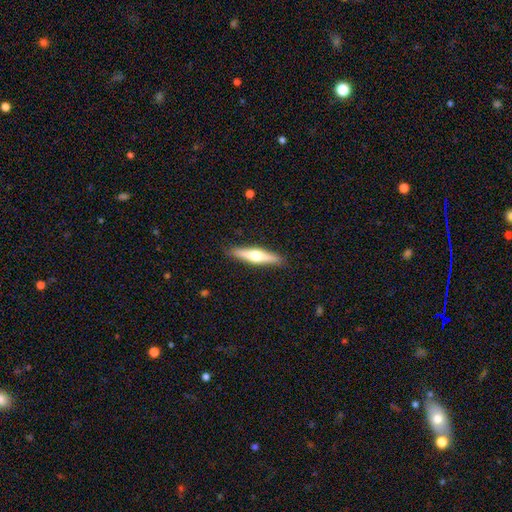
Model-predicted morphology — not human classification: A featured or disk galaxy (56%) viewed edge-on (96%) with a rounded central bulge (92%). Merging: none (90%).